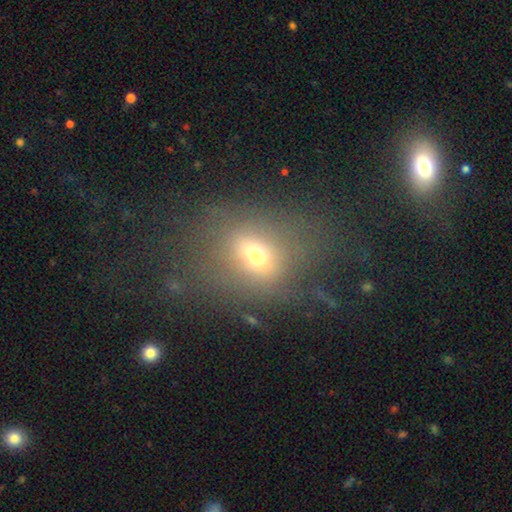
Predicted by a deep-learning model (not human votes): This is likely a smooth galaxy (61%). How rounded: possibly round (50%). Merging: likely none (63%).